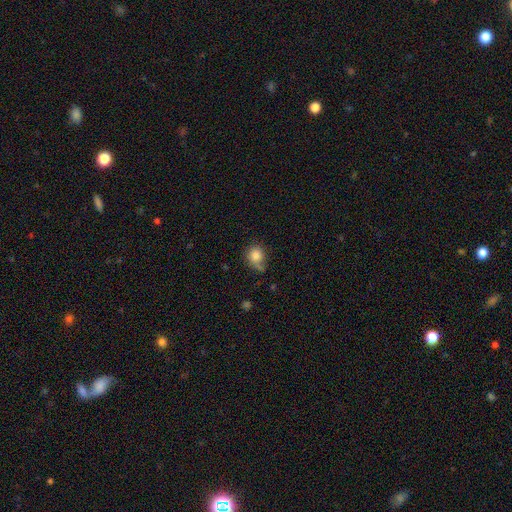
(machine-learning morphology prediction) The model was most divided on "merging": none: 55%, minor disturbance: 29%, major disturbance: 10%, merger: 7%. More confident: smooth or featured — smooth (82%); how rounded — round (76%).